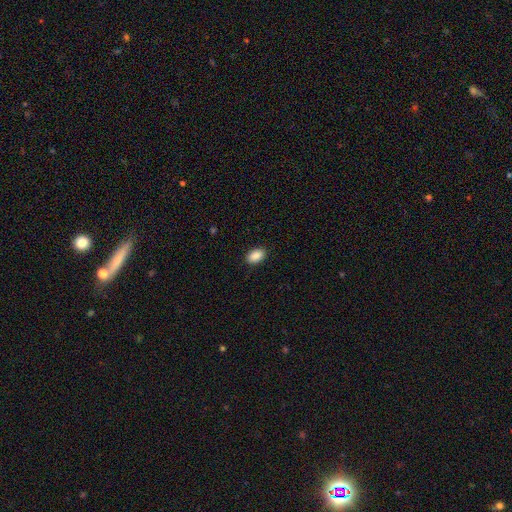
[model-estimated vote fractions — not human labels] This appears to be a smooth galaxy with no disk features (90%) that is in between round and cigar-shaped (89%). Merging: none (90%).